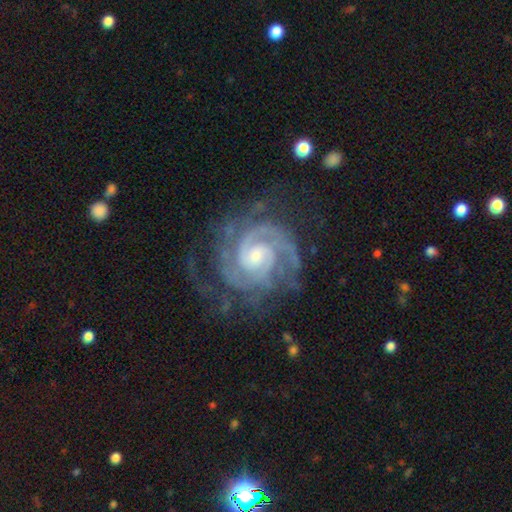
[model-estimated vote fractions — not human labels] This is clearly a featured or disk galaxy (93%). It is clearly not viewed edge-on (98%). Bar: possibly no (58%). Spiral arm pattern: clearly yes (99%). Spiral arm count: possibly 2 (52%). Spiral winding: likely tight (72%). Central bulge: possibly small (55%). Merging: likely none (70%).